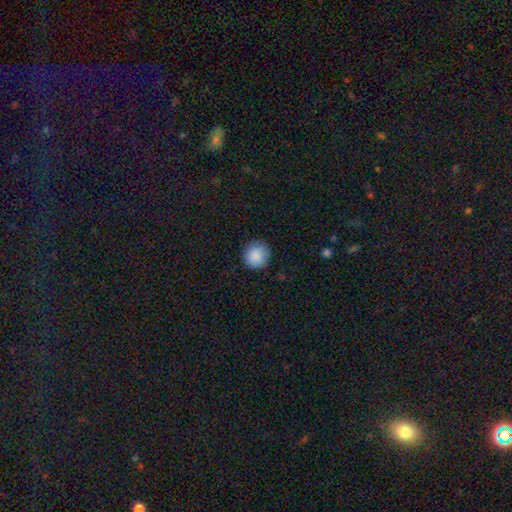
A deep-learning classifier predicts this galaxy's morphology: smooth-or-featured: smooth: 88% | star or artifact: 8% | featured or disk: 4%
  how-rounded: round: 93% | in between: 6% | cigar-shaped: 1%
  merging: none: 88% | minor disturbance: 9% | major disturbance: 2% | merger: 1%